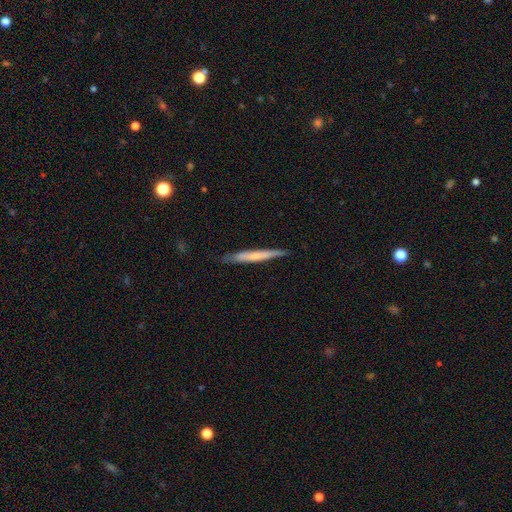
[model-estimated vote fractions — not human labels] The model was most divided on "smooth or featured": smooth: 54%, featured or disk: 41%, star or artifact: 6%. More confident: how rounded — cigar-shaped (96%); merging — none (85%).